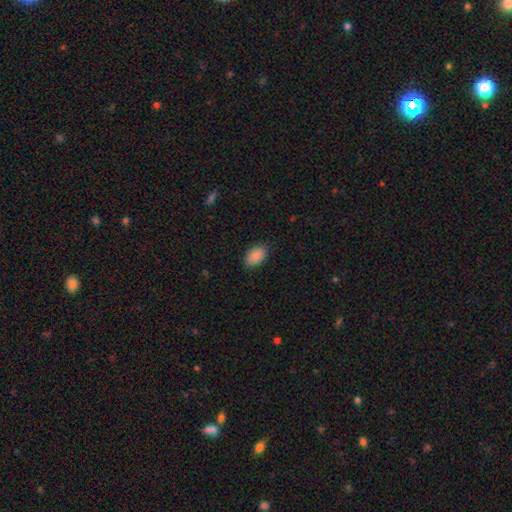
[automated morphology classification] smooth 89%, star or artifact 7%, featured or disk 4%. Down the decision tree: how rounded — in between (91%); merging — none (85%).